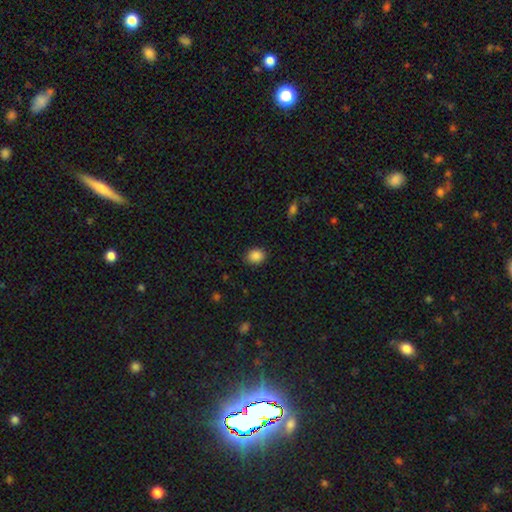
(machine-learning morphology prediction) type=smooth (87%); roundness=round (55%); merging=none (86%).